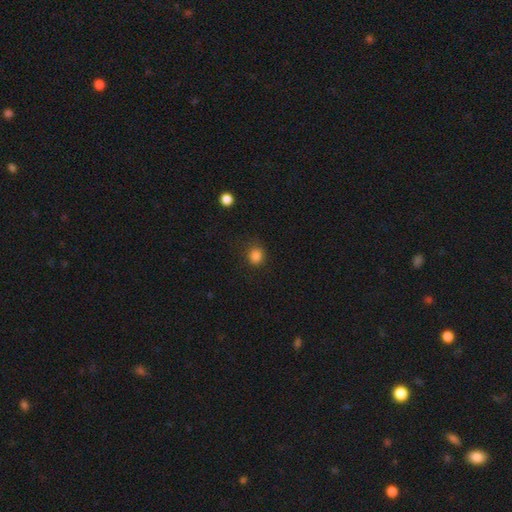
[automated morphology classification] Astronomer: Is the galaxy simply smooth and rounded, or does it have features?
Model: smooth — 85%.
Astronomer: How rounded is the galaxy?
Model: round — 80%.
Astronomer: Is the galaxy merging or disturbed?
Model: none — 83%.